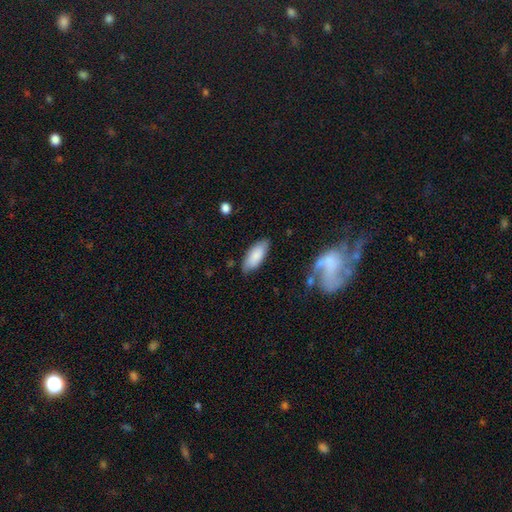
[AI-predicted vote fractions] Overall: smooth (85%). How rounded: in between (82%). Merging: none (81%).